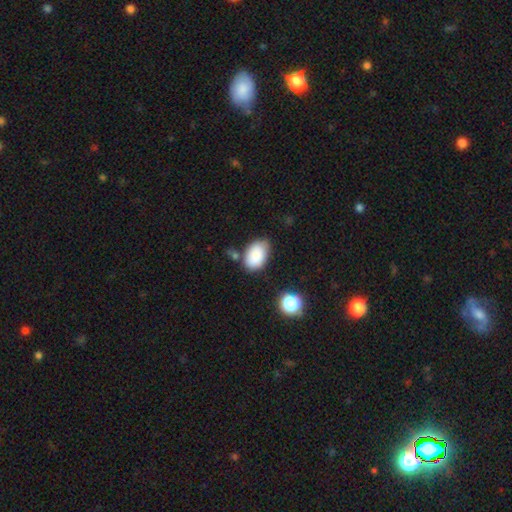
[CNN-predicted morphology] smooth_or_featured: smooth (p=0.87) [alt: star or artifact p=0.08]
how_rounded: in between (p=0.90) [alt: round p=0.09]
merging: none (p=0.64) [alt: minor disturbance p=0.23]